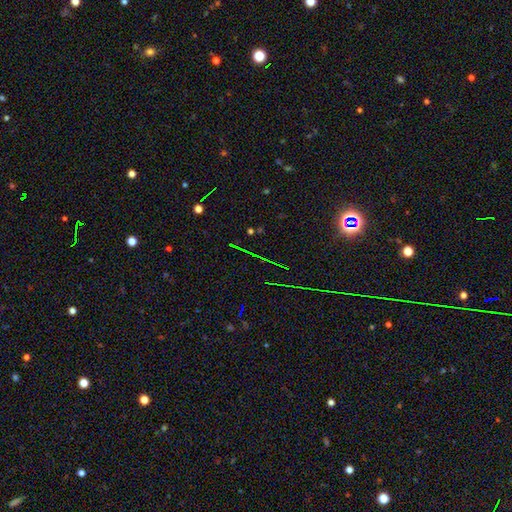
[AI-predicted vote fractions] This appears to be a star or artifact, not a galaxy (76%).